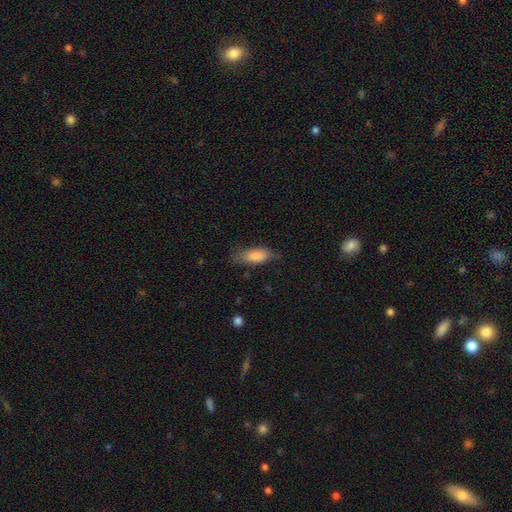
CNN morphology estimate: This appears to be a smooth galaxy with no disk features (77%) that is in between round and cigar-shaped (66%). Merging: none (71%).